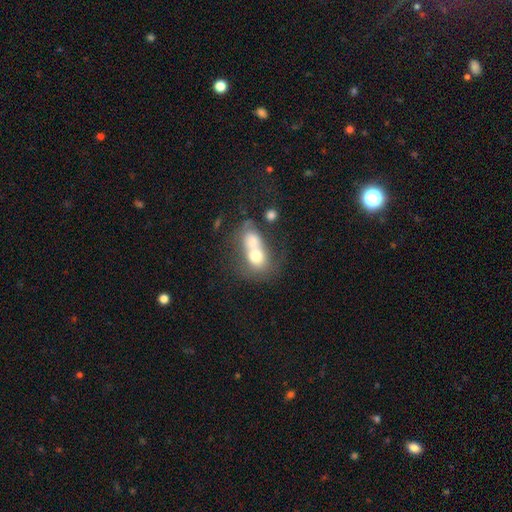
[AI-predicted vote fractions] This is likely a smooth galaxy (63%). How rounded: possibly in between (58%). Merging: likely merger (75%).